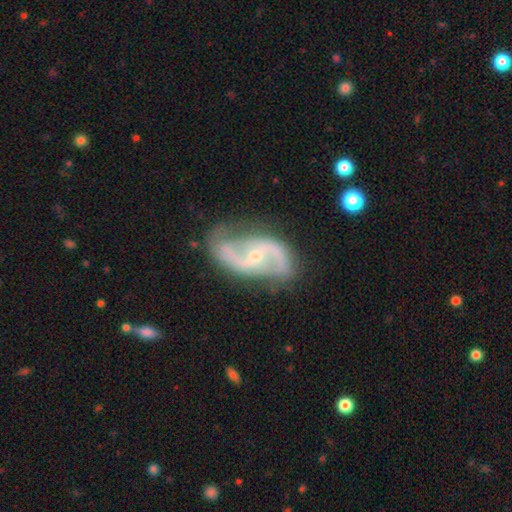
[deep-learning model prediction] This appears to be a featured or disk galaxy (90%) with a weak bar (40%, tied with no), 2 (93%) loose (49%) spiral arms (96%) and a small central bulge (64%). Merging: none (74%).